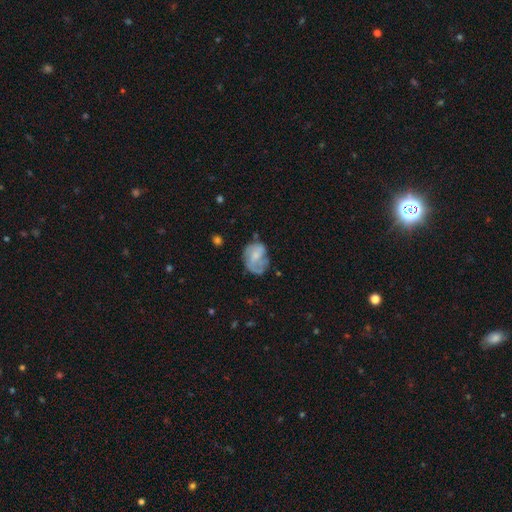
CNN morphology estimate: smooth-or-featured: featured or disk: 53% | smooth: 40% | star or artifact: 8%
  disk-edge-on: no: 98% | yes: 2%
    bar: no: 60% | weak: 33% | strong: 6%
    has-spiral-arms: yes: 65% | no: 35%
    bulge-size: small: 43% | moderate: 31% | none: 22% | large: 4% | dominant: 1%
  merging: none: 47% | minor disturbance: 29% | major disturbance: 22% | merger: 3%